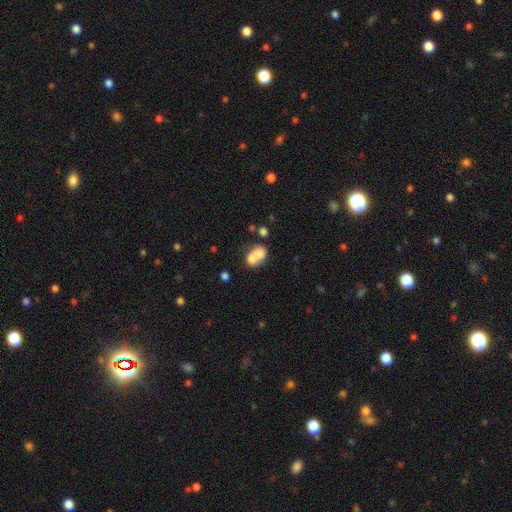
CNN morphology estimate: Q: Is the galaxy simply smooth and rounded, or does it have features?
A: smooth — 70%.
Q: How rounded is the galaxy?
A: in between — 52%.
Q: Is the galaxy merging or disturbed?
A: merger — 70%.